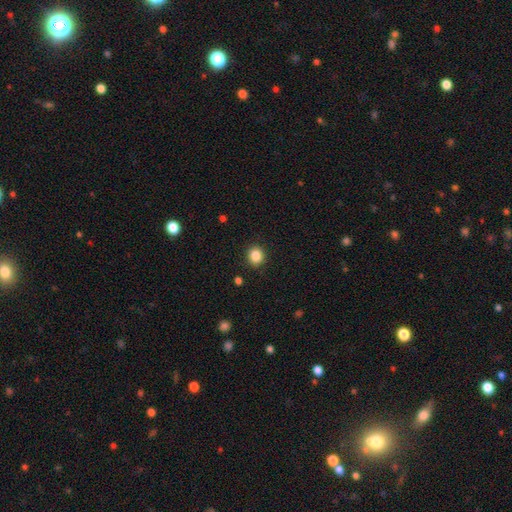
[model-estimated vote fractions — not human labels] The model was most divided on "how rounded": round: 81%, in between: 18%, cigar-shaped: 1%. More confident: merging — none (90%); smooth or featured — smooth (86%).